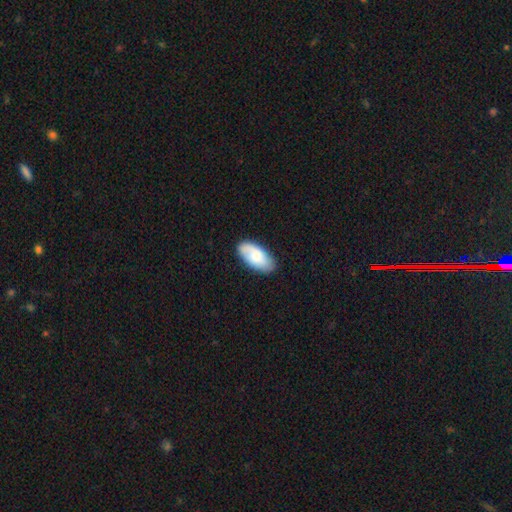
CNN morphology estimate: This is likely a smooth galaxy (74%). How rounded: clearly in between (94%). Merging: clearly none (84%).